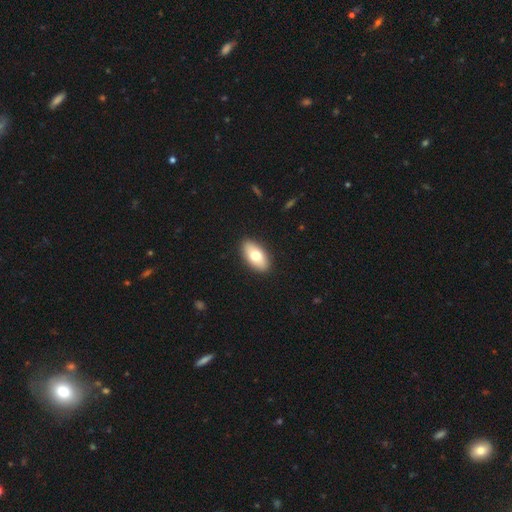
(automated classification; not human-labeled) A smooth galaxy with no disk features (73%) that is in between round and cigar-shaped (93%).

Vote fractions:
- Smooth or featured? smooth: 73% / featured or disk: 21% / star or artifact: 6%
- How rounded? in between: 93% / round: 4% / cigar-shaped: 3%
- Merging? none: 90% / minor disturbance: 7% / major disturbance: 2% / merger: 1%